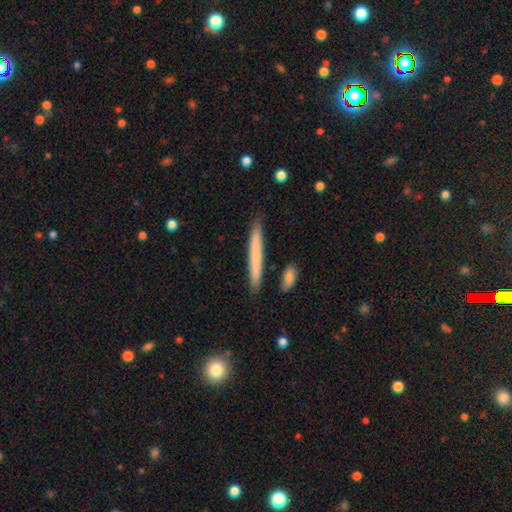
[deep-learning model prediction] This appears to be a smooth galaxy with no disk features (67%) that is cigar-shaped (96%). Merging: none (88%).